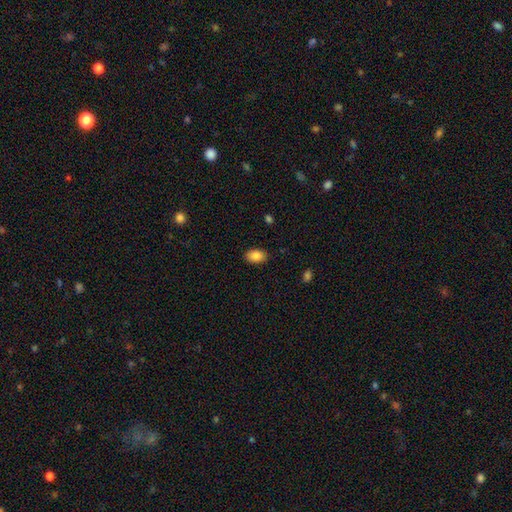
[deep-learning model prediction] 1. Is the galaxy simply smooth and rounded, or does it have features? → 86% smooth, 8% star or artifact, 6% featured or disk.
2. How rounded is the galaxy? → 89% in between, 9% round, 1% cigar-shaped.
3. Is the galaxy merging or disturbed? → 88% none, 9% minor disturbance, 2% major disturbance, 1% merger.